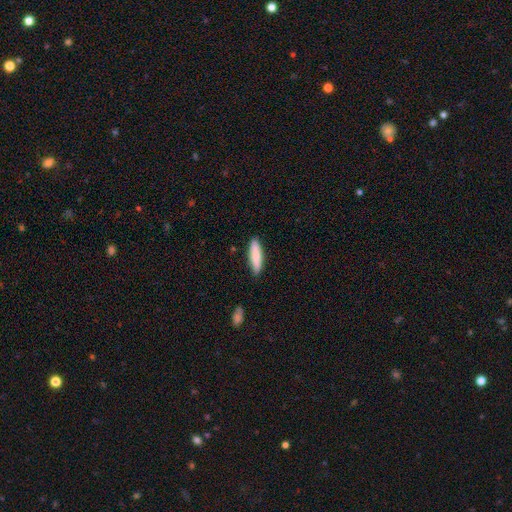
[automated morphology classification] smooth_or_featured: smooth (p=0.83) [alt: featured or disk p=0.12]
how_rounded: cigar-shaped (p=0.71) [alt: in between p=0.27]
merging: none (p=0.87) [alt: minor disturbance p=0.10]